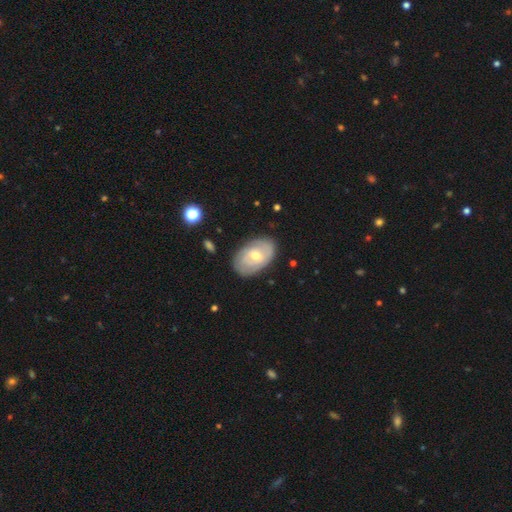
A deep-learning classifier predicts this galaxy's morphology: smooth-or-featured: featured or disk: 61% | smooth: 32% | star or artifact: 7%
  disk-edge-on: no: 94% | yes: 6%
    bar: no: 50% | weak: 41% | strong: 9%
    has-spiral-arms: yes: 66% | no: 34%
    bulge-size: moderate: 63% | small: 32% | large: 3% | none: 1% | dominant: 1%
  merging: none: 80% | minor disturbance: 15% | major disturbance: 4% | merger: 1%